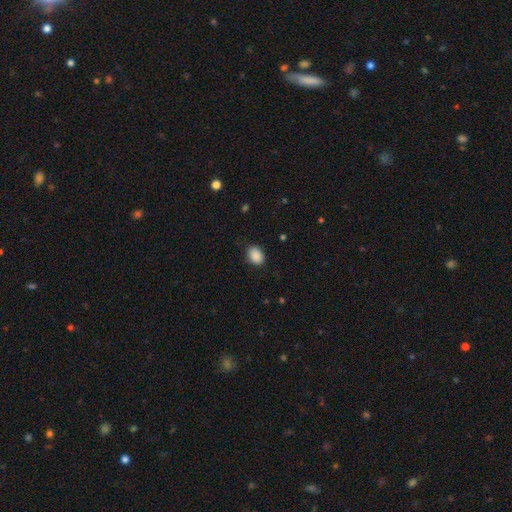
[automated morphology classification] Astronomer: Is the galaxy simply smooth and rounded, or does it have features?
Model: smooth — 89%.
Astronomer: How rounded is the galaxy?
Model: in between — 75%.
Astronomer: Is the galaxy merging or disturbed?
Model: none — 87%.